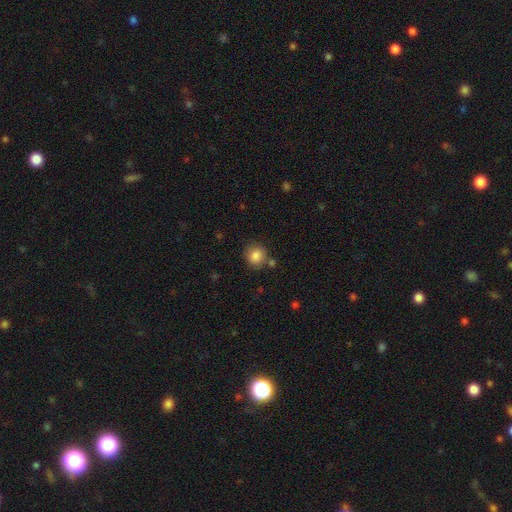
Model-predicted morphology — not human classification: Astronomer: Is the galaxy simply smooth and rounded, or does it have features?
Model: smooth — 85%.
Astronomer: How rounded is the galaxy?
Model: round — 87%.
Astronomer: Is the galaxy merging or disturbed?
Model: none — 77%.